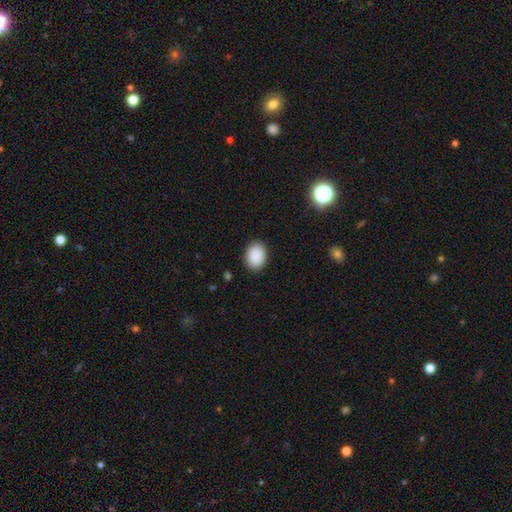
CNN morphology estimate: type=smooth (90%); roundness=in between (72%); merging=none (89%).